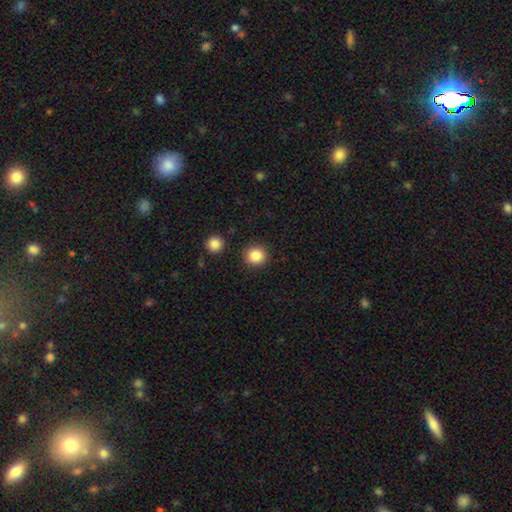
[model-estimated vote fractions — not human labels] A smooth galaxy with no disk features (86%) that is round (92%). Merging: none (90%).